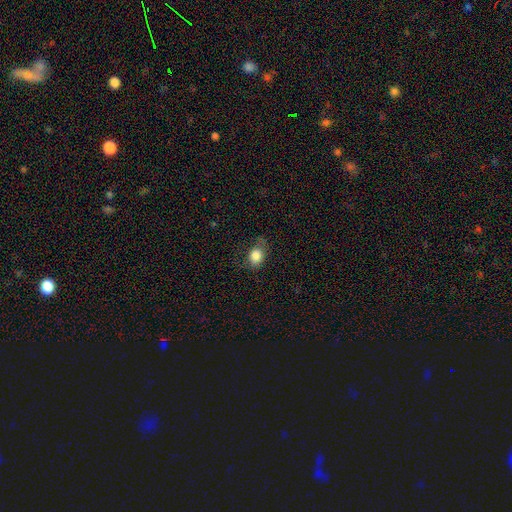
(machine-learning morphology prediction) Smooth or featured? Predicted: smooth (p=0.83). How rounded? Predicted: in between (p=0.58). Merging? Predicted: none (p=0.59).